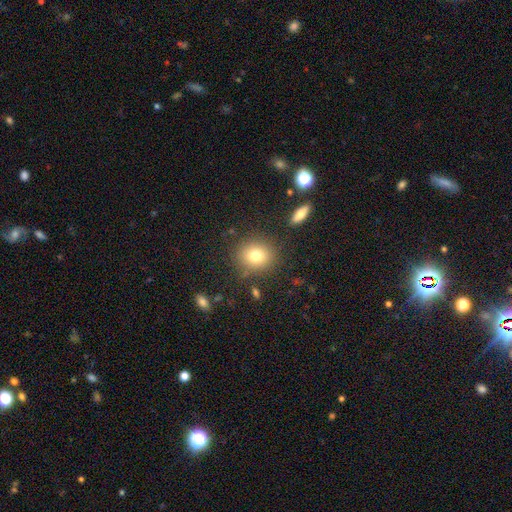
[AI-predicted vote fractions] smooth 79%, star or artifact 11%, featured or disk 10%. Down the decision tree: how rounded — round (78%); merging — none (84%).